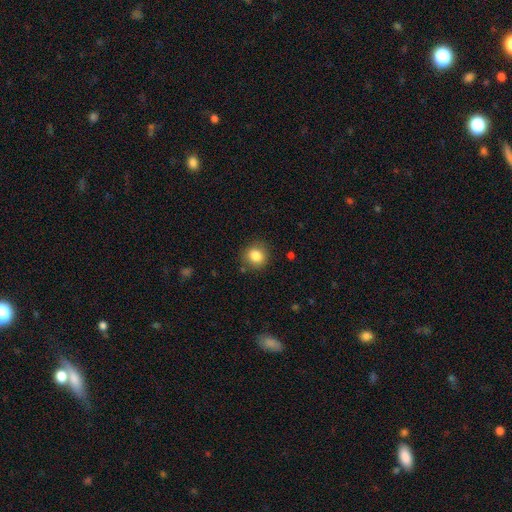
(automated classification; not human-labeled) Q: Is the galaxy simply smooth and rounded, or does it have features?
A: smooth — 83%.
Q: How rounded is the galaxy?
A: round — 87%.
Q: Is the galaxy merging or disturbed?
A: none — 86%.